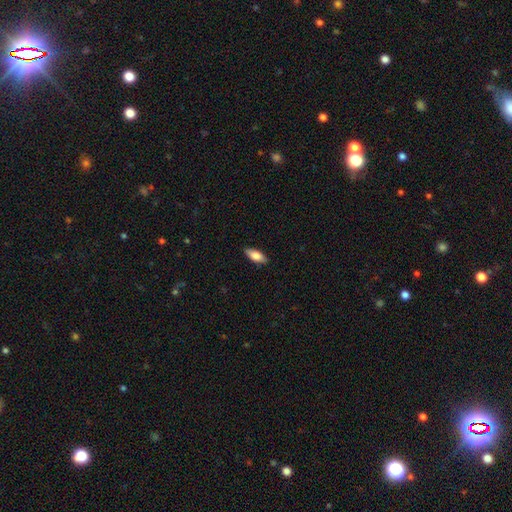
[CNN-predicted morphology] smooth-or-featured: smooth: 79% | featured or disk: 15% | star or artifact: 6%
  how-rounded: in between: 80% | cigar-shaped: 18% | round: 2%
  merging: none: 88% | minor disturbance: 10% | major disturbance: 2% | merger: 1%